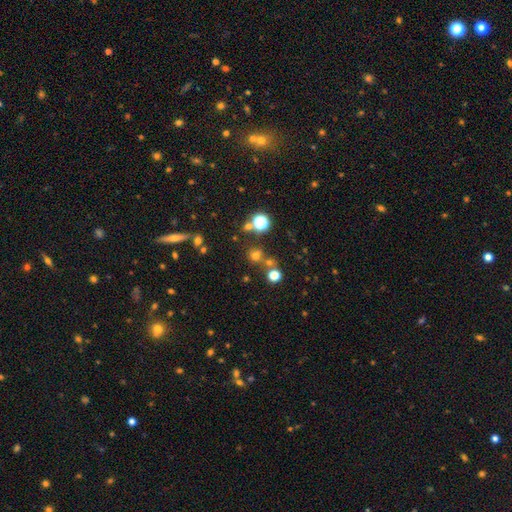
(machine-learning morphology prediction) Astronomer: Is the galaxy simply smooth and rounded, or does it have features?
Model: smooth — 62%.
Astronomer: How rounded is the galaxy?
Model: round — 90%.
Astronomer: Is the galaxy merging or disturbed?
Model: none — 69%.